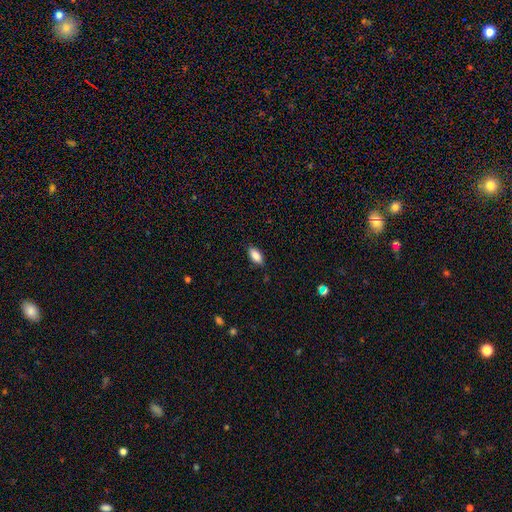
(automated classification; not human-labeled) A smooth galaxy with no disk features (87%) that is in between round and cigar-shaped (87%).

Vote fractions:
- Smooth or featured? smooth: 87% / star or artifact: 7% / featured or disk: 5%
- How rounded? in between: 87% / cigar-shaped: 10% / round: 2%
- Merging? none: 87% / minor disturbance: 10% / major disturbance: 2% / merger: 1%